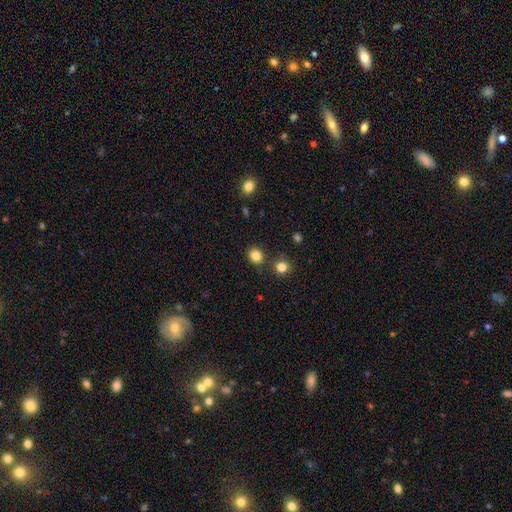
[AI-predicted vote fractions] smooth 84%, star or artifact 11%, featured or disk 4%. Down the decision tree: how rounded — round (74%); merging — none (83%).